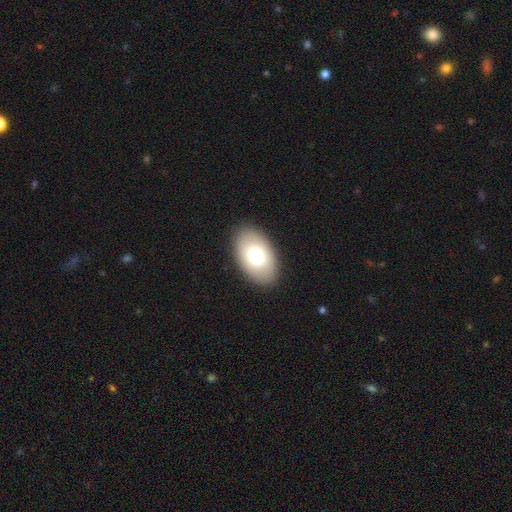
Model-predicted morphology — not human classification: Overall: smooth (74%). How rounded: in between (92%). Merging: none (88%).